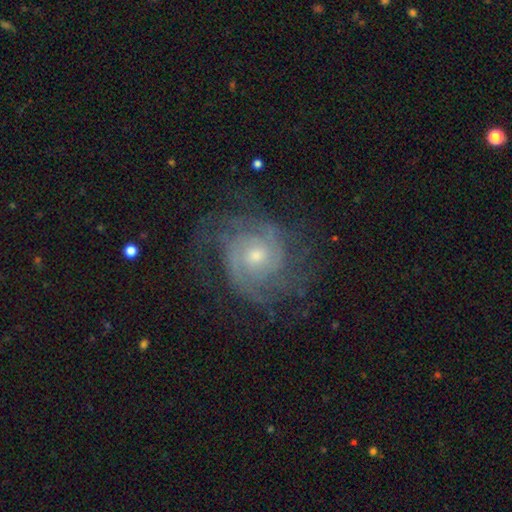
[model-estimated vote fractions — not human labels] This appears to be a featured or disk galaxy (85%) with no bar (69%), 2 (34%) tight (56%) spiral arms (95%) and a moderate central bulge (51%). Merging: none (68%).